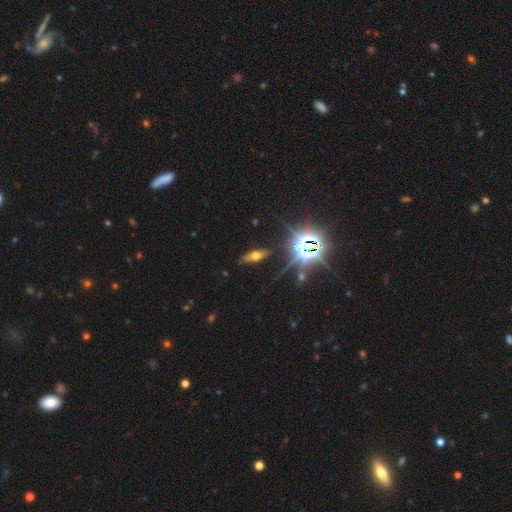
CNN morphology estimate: This is marginally a smooth galaxy (36%). Merging: clearly none (83%).